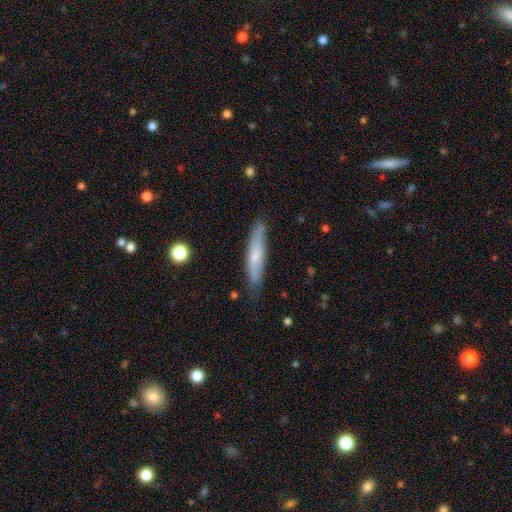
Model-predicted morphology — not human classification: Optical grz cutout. It shows a smooth galaxy with no disk features (57%) that is cigar-shaped (87%). Merging: none (80%).